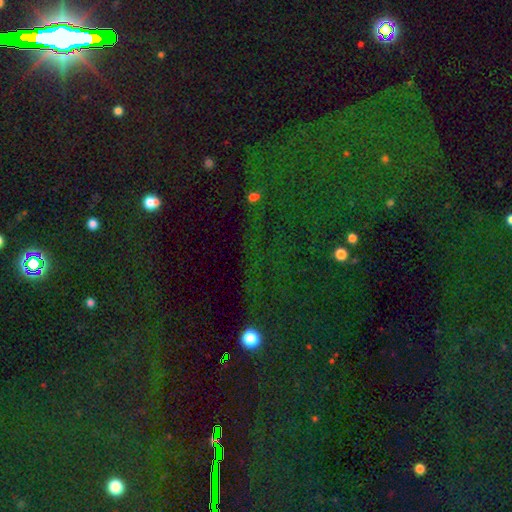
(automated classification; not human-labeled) Morphology: type=star or artifact (79%).